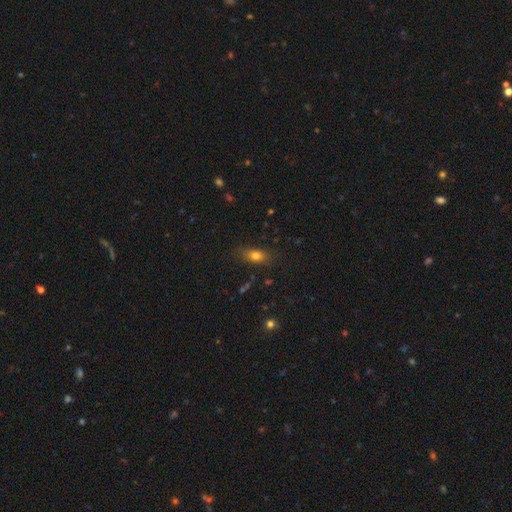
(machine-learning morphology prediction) A smooth galaxy with no disk features (76%) that is in between round and cigar-shaped (76%). Merging: none (79%).